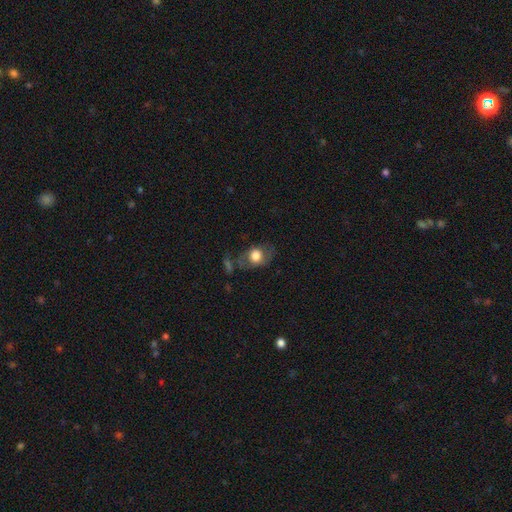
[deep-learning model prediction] smooth-or-featured: smooth: 65% | featured or disk: 27% | star or artifact: 8%
  how-rounded: in between: 68% | round: 30% | cigar-shaped: 2%
  merging: none: 58% | minor disturbance: 22% | major disturbance: 14% | merger: 6%